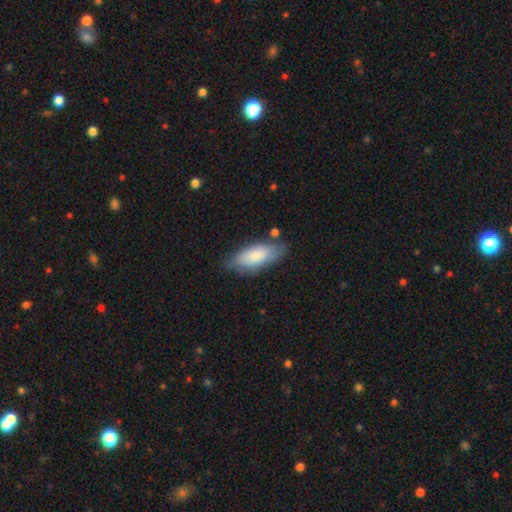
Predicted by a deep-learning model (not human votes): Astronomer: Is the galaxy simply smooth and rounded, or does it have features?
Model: smooth — 75%.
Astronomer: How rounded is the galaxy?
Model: in between — 84%.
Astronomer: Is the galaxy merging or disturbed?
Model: none — 63%.